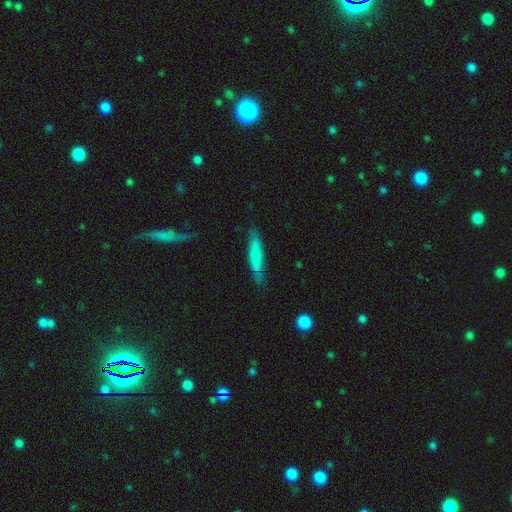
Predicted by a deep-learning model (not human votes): A smooth galaxy with no disk features (64%) that is cigar-shaped (84%). Merging: none (76%).